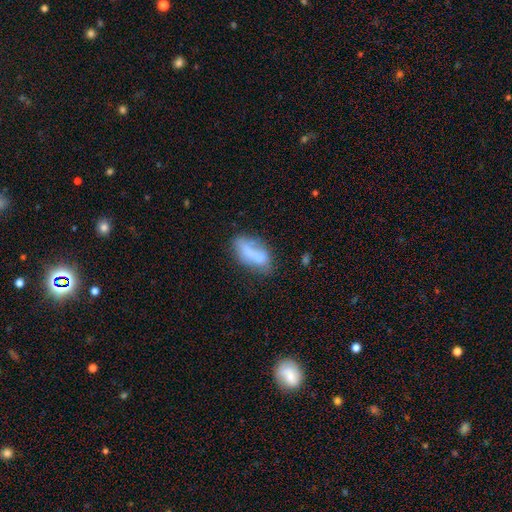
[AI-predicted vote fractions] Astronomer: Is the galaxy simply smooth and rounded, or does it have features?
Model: smooth — 57% (runner-up: featured or disk, 34%).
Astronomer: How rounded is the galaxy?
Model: in between — 85%.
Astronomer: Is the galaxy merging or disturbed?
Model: none — 37% (runner-up: minor disturbance, 25%).